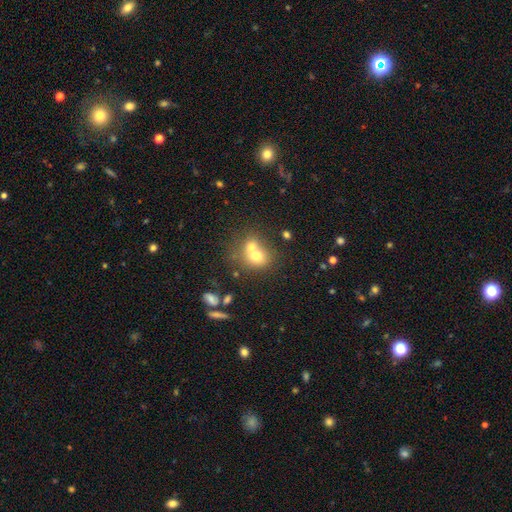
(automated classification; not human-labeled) smooth_or_featured: smooth (p=0.66) [alt: featured or disk p=0.22]
how_rounded: round (p=0.64) [alt: in between p=0.35]
merging: merger (p=0.63) [alt: none p=0.26]